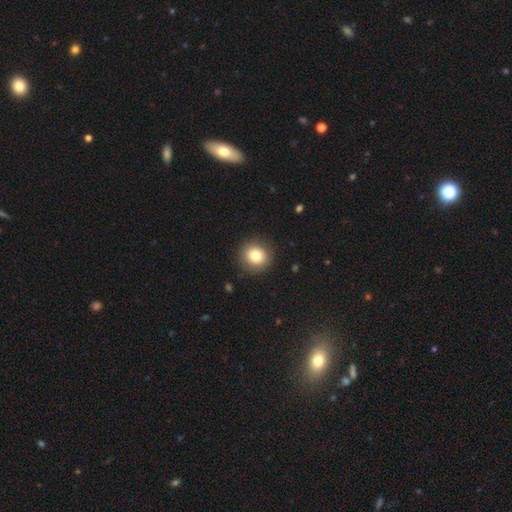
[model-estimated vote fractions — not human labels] Smooth or featured? smooth (80%)
How rounded? round (91%)
Merging? none (89%)